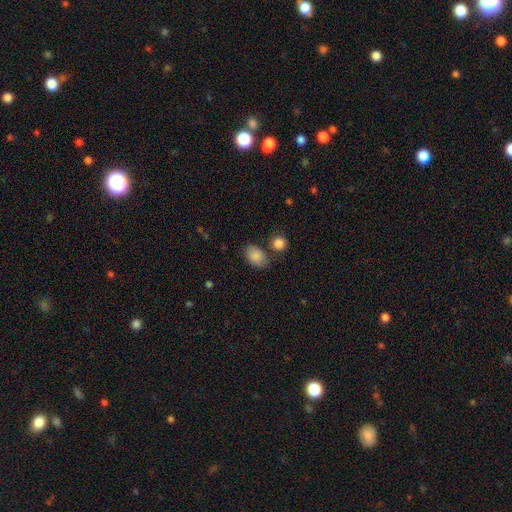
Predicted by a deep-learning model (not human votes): smooth 86%, star or artifact 8%, featured or disk 6%. Down the decision tree: how rounded — in between (81%); merging — none (68%).